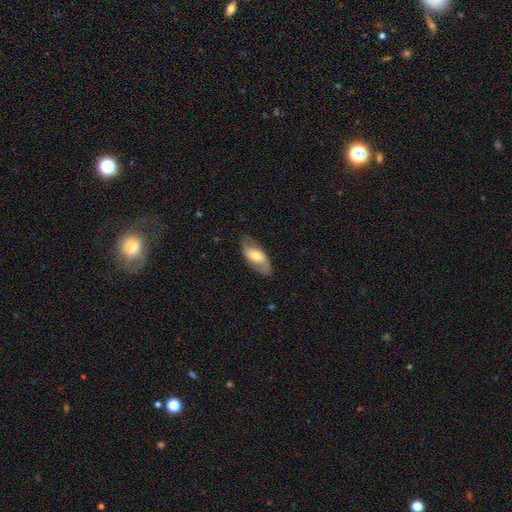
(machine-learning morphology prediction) type=smooth (52%); roundness=in between (87%); merging=none (78%).